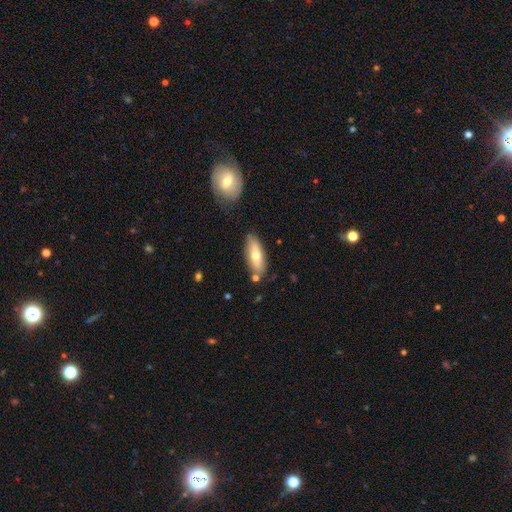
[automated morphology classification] Smooth or featured? smooth (66%)
How rounded? in between (64%)
Merging? none (77%)